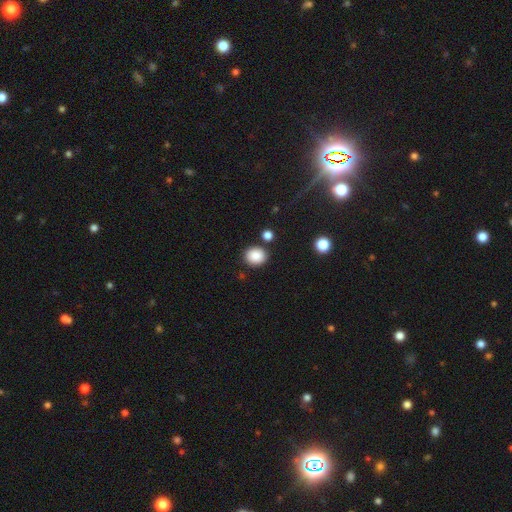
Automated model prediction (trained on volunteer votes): Smooth or featured: smooth — 87% (star or artifact — 9%)
How rounded: round — 71% (in between — 28%)
Merging: none — 82% (minor disturbance — 9%)